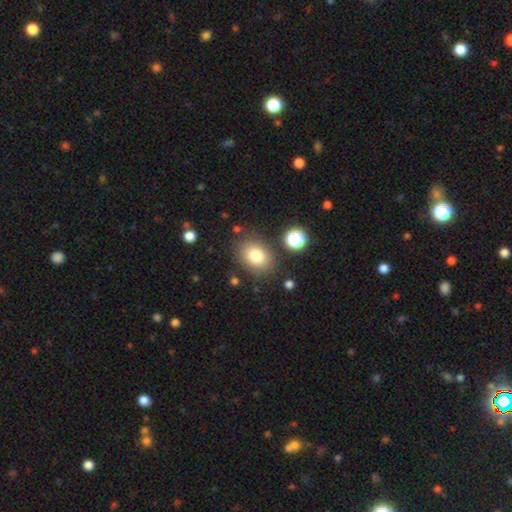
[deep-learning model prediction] Morphology: type=smooth (79%); roundness=in between (58%); merging=none (80%).